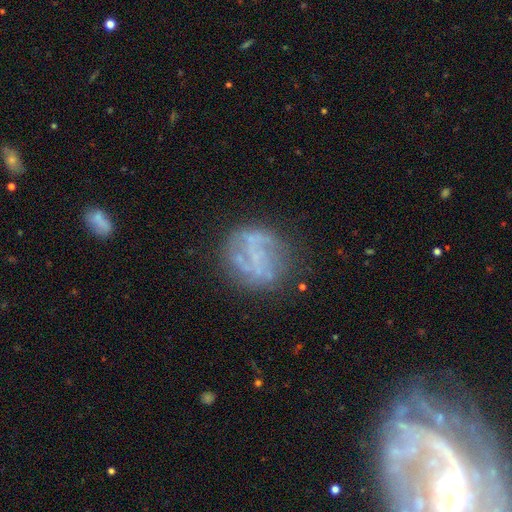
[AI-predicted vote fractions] Smooth or featured? Predicted: featured or disk (p=0.64). Edge-on disk? Predicted: no (p=0.98). Bar? Predicted: no (p=0.67). Spiral arms? Predicted: no (p=0.53). Bulge size? Predicted: none (p=0.71). Merging? Predicted: none (p=0.65).